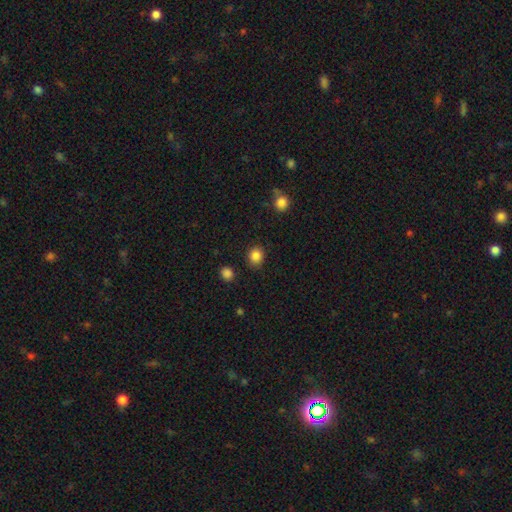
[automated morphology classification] Smooth or featured? smooth (86%)
How rounded? round (76%)
Merging? none (86%)